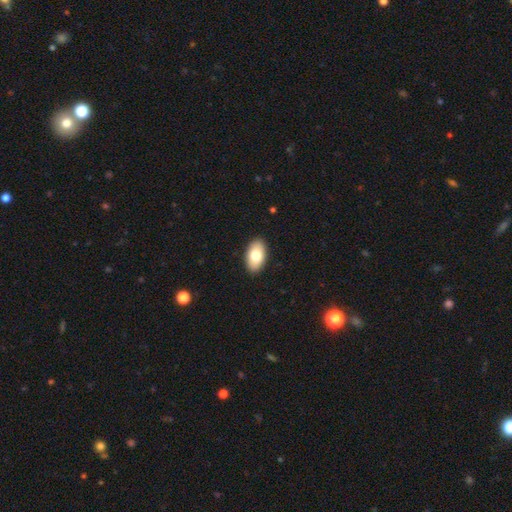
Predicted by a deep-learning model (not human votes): Smooth or featured? Predicted: smooth (p=0.78). How rounded? Predicted: in between (p=0.94). Merging? Predicted: none (p=0.90).